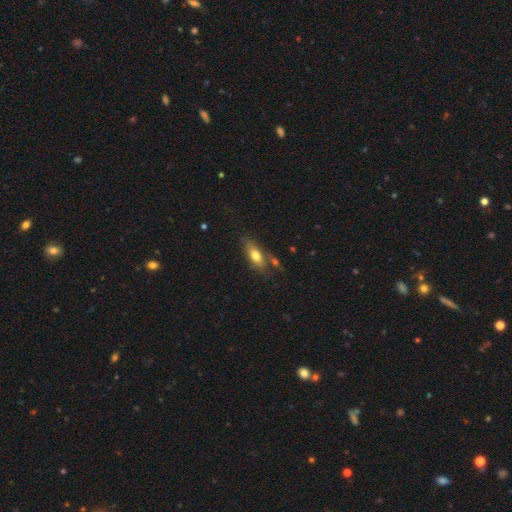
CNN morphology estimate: This appears to be a smooth galaxy with no disk features (66%) that is in between round and cigar-shaped (67%). Merging: none (63%).